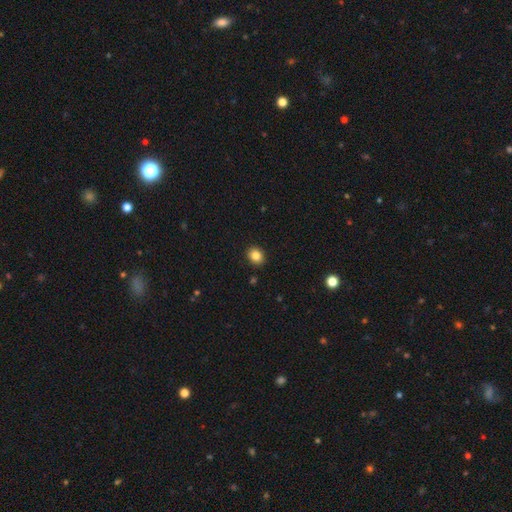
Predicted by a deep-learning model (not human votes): smooth-or-featured: smooth: 84% | star or artifact: 10% | featured or disk: 5%
  how-rounded: round: 63% | in between: 36% | cigar-shaped: 1%
  merging: none: 91% | minor disturbance: 6% | major disturbance: 2% | merger: 1%